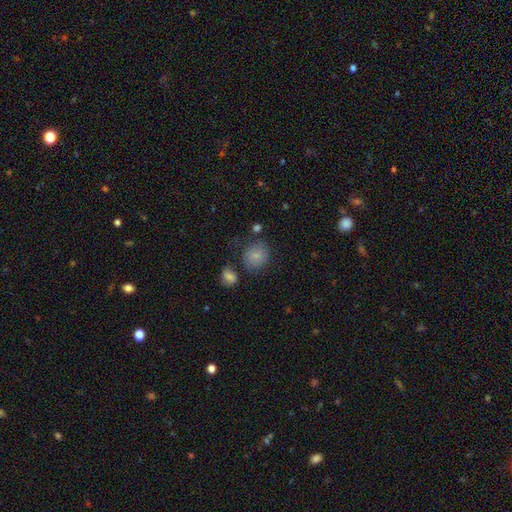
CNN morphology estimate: A smooth galaxy with no disk features (79%) that is round (75%). Merging: none (66%).